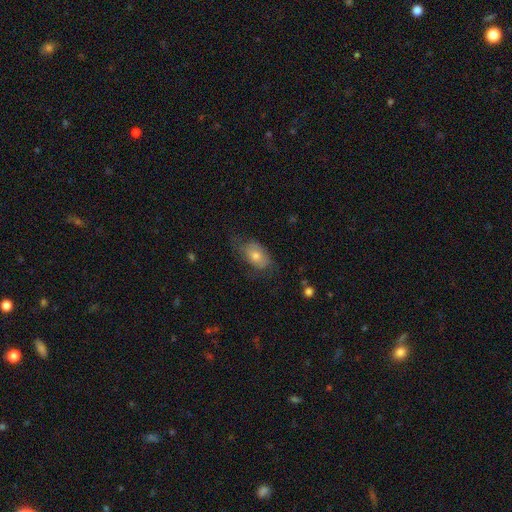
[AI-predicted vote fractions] Smooth or featured: smooth — 59% (featured or disk — 31%)
How rounded: in between — 86% (round — 11%)
Merging: none — 54% (minor disturbance — 28%)